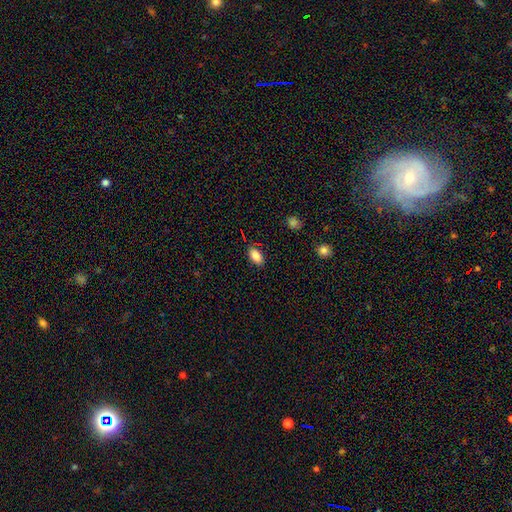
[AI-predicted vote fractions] smooth-or-featured: smooth: 87% | star or artifact: 8% | featured or disk: 5%
  how-rounded: in between: 91% | round: 5% | cigar-shaped: 4%
  merging: none: 85% | minor disturbance: 11% | major disturbance: 2% | merger: 1%